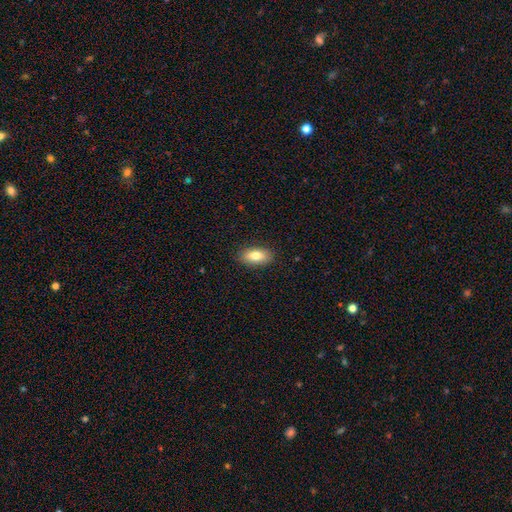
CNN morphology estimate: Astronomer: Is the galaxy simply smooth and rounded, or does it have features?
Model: smooth — 79%.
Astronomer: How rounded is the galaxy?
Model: in between — 90%.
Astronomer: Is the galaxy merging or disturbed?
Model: none — 88%.